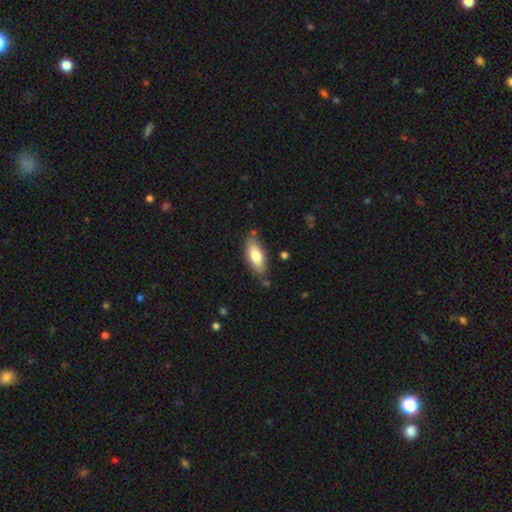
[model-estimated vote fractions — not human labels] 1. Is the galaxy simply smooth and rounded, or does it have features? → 74% smooth, 19% featured or disk, 6% star or artifact.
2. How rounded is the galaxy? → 79% in between, 19% cigar-shaped, 2% round.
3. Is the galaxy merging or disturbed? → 78% none, 15% minor disturbance, 4% merger, 3% major disturbance.